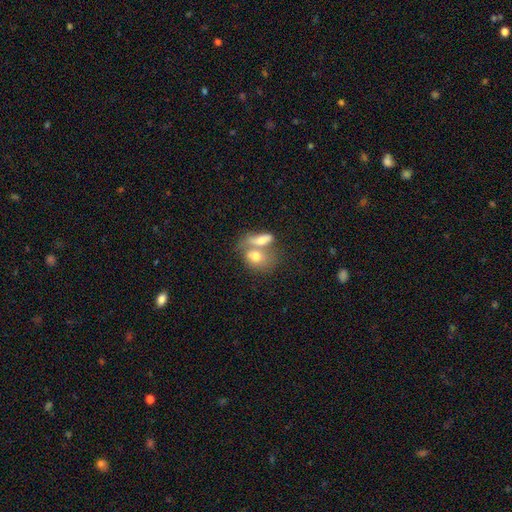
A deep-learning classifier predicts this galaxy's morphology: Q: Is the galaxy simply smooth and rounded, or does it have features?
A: smooth — 69%.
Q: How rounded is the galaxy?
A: in between — 67%.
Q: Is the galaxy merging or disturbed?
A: merger — 66%.